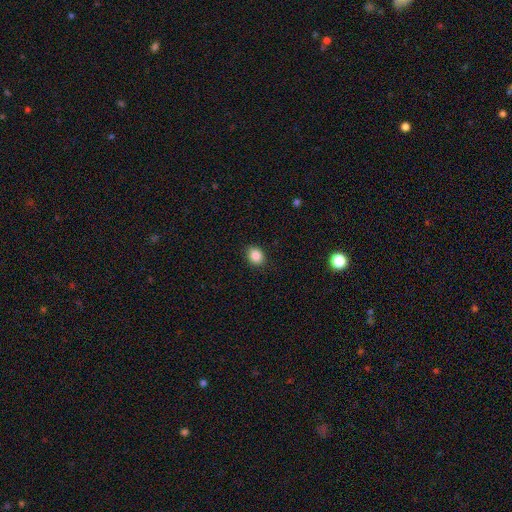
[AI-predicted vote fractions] Q: Smooth or featured?
A: smooth (87%); runner-up: star or artifact (9%)
Q: How rounded?
A: in between (50%); runner-up: round (49%)
Q: Merging?
A: none (89%); runner-up: minor disturbance (8%)